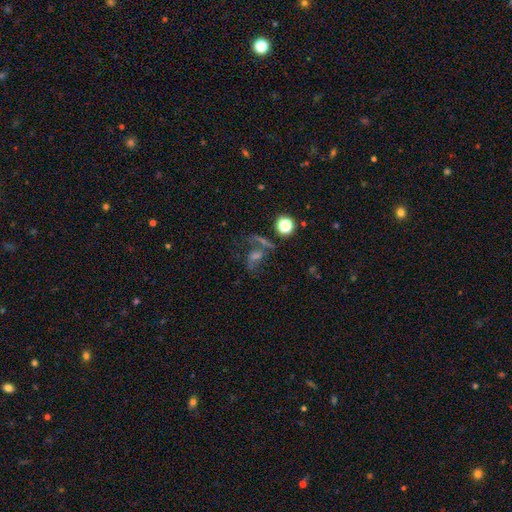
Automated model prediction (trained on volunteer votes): Smooth or featured? Predicted: featured or disk (p=0.54). Edge-on disk? Predicted: no (p=0.92). Merging? Predicted: none (p=0.43).